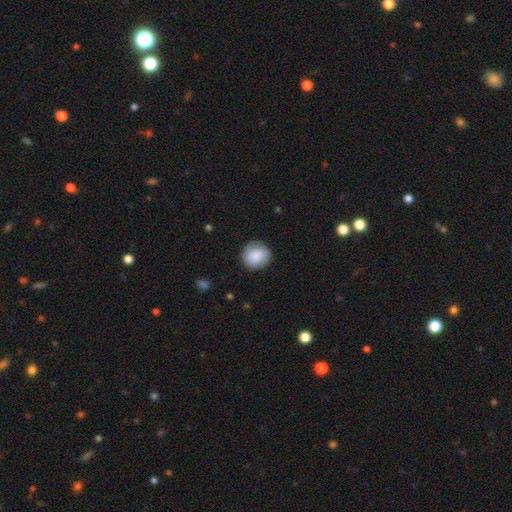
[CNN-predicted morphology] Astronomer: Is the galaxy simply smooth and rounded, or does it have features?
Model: smooth — 88%.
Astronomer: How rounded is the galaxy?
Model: round — 88%.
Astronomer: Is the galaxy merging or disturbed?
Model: none — 83%.